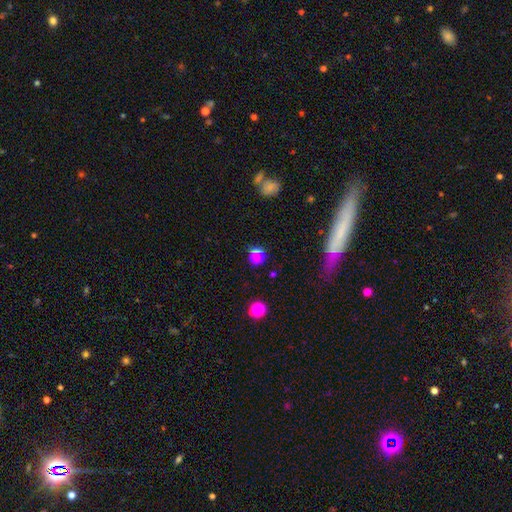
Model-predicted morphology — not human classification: Smooth or featured? smooth (57%)
How rounded? round (86%)
Merging? none (77%)